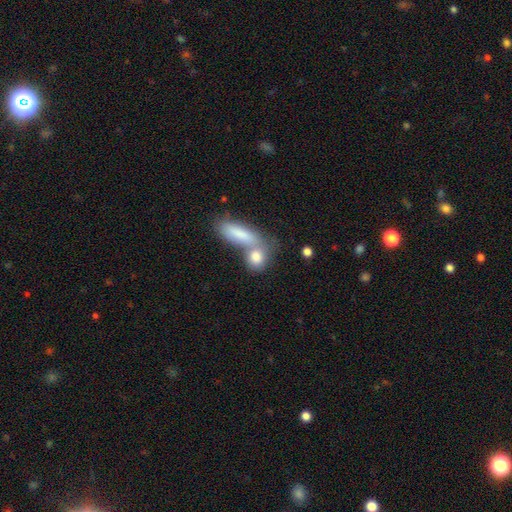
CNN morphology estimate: Q: Smooth or featured?
A: smooth (81%); runner-up: featured or disk (12%)
Q: How rounded?
A: in between (50%); runner-up: round (30%)
Q: Merging?
A: merger (45%); runner-up: none (40%)